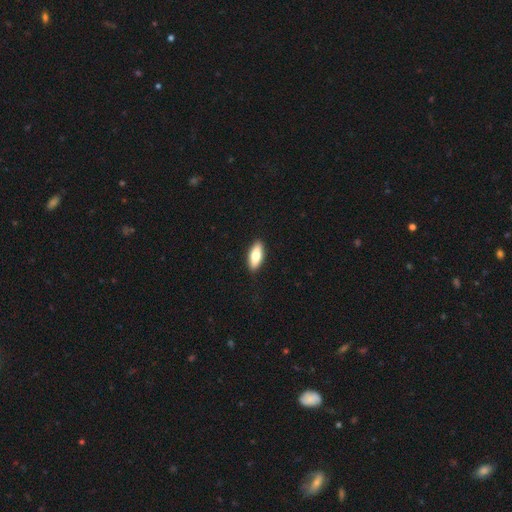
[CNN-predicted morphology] Overall: smooth (74%). How rounded: in between (76%). Merging: none (90%).